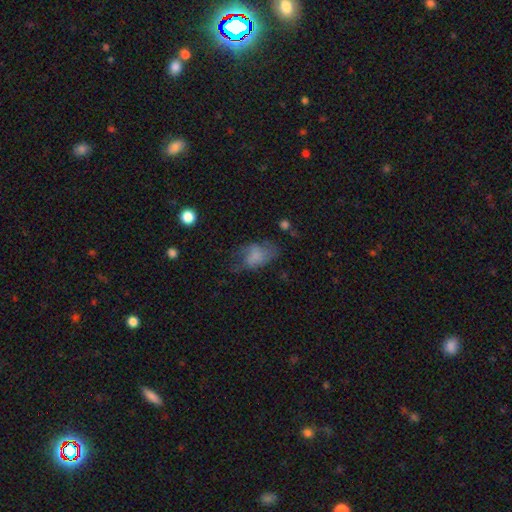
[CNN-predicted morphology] Overall: smooth (68%). How rounded: in between (87%). Merging: none (41%; minor disturbance 30%).